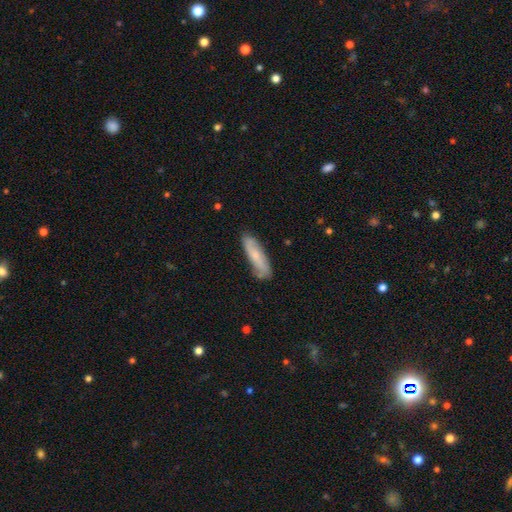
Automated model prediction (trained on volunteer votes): smooth_or_featured: smooth (p=0.58) [alt: featured or disk p=0.35]
how_rounded: cigar-shaped (p=0.65) [alt: in between p=0.33]
merging: none (p=0.80) [alt: minor disturbance p=0.15]